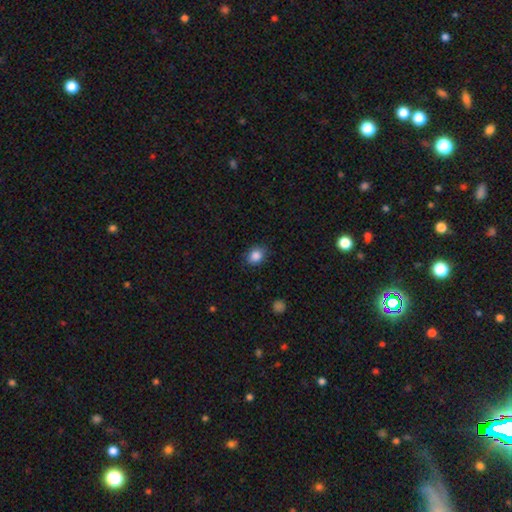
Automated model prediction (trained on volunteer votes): smooth-or-featured: smooth: 86% | star or artifact: 10% | featured or disk: 4%
  how-rounded: in between: 50% | round: 49% | cigar-shaped: 1%
  merging: none: 82% | minor disturbance: 14% | major disturbance: 3% | merger: 1%